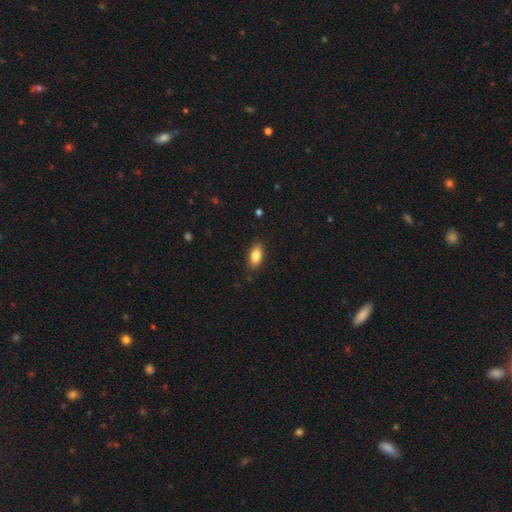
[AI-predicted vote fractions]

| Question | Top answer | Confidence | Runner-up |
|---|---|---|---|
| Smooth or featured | smooth | 83% | featured or disk (10%) |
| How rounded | in between | 88% | cigar-shaped (8%) |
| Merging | none | 86% | minor disturbance (11%) |